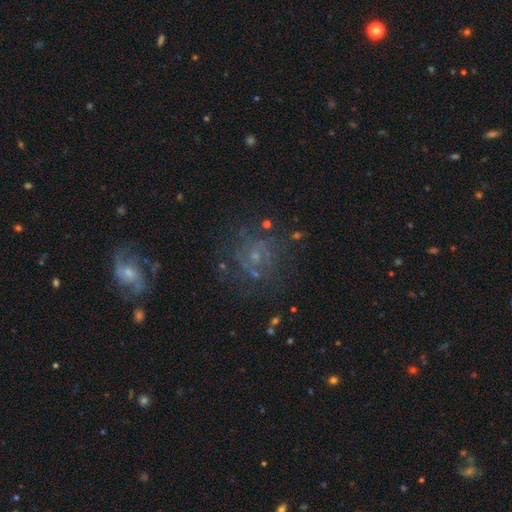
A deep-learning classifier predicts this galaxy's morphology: A featured or disk galaxy (49%). Merging: none (69%).